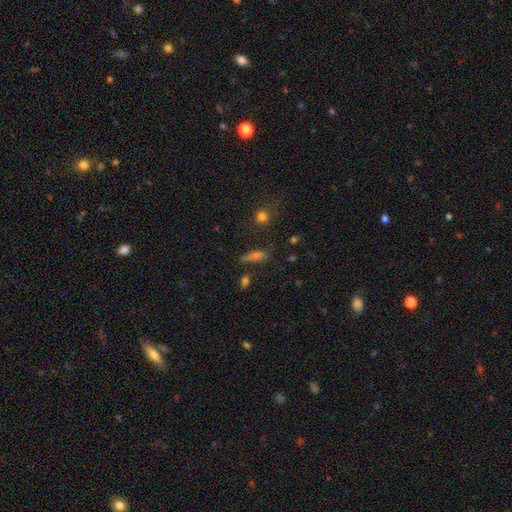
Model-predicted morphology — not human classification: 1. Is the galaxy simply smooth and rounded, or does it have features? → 55% smooth, 24% star or artifact, 21% featured or disk.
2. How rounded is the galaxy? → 61% cigar-shaped, 30% in between, 9% round.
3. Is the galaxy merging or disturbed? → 71% none, 16% minor disturbance, 7% major disturbance, 6% merger.